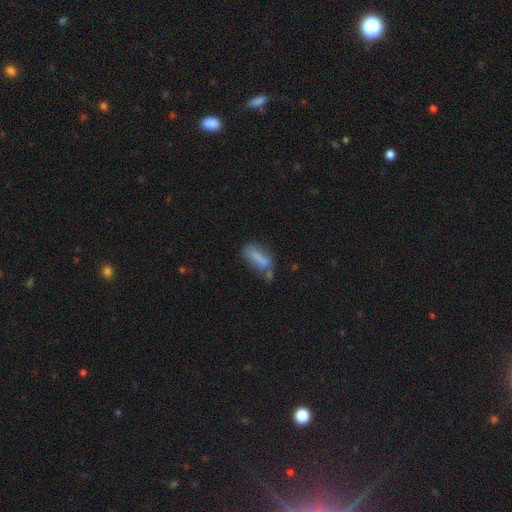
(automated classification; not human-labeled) Smooth or featured? Predicted: smooth (p=0.65). How rounded? Predicted: in between (p=0.57). Merging? Predicted: none (p=0.47).